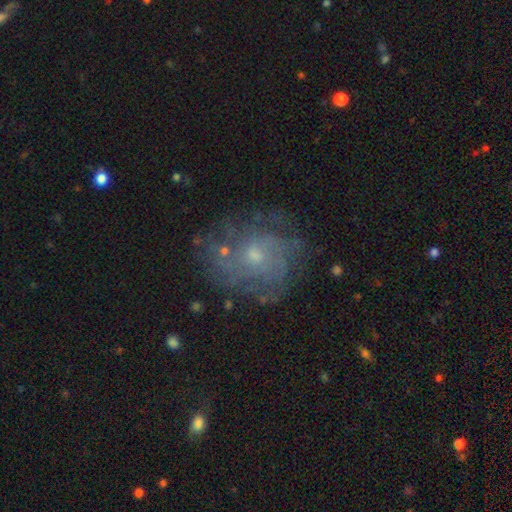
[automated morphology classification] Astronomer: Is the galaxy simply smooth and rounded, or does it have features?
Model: featured or disk — 69%.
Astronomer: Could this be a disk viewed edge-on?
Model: no — 97%.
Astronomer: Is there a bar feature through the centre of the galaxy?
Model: no — 79%.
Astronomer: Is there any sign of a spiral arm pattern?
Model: yes — 72%.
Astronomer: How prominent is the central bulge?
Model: small — 63%.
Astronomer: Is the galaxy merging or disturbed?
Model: none — 66%.